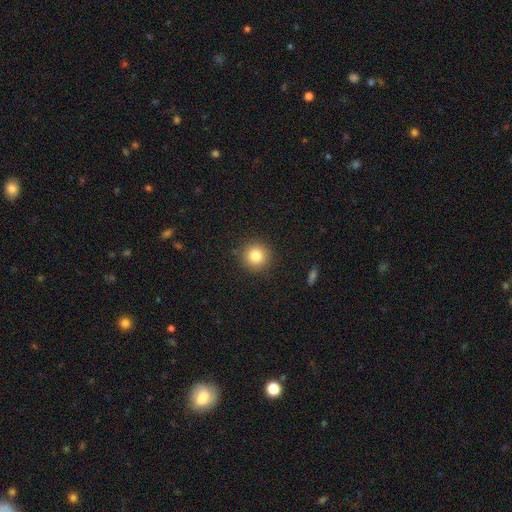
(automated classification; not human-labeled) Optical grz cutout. It shows a smooth galaxy with no disk features (82%) that is round (94%). Merging: none (90%).